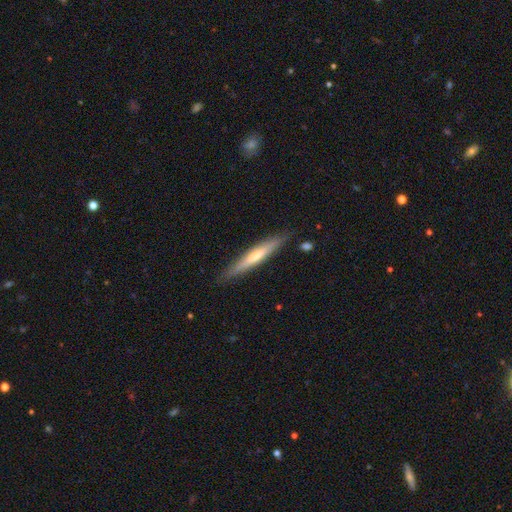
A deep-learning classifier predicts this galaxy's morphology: This is possibly a featured or disk galaxy (48%). Merging: clearly none (87%).